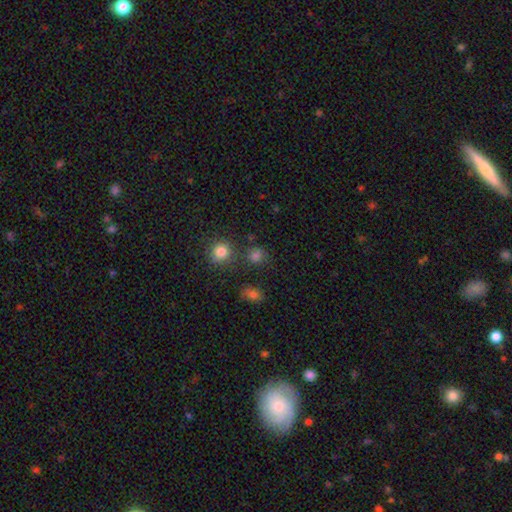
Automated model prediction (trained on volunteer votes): This is likely a smooth galaxy (78%). How rounded: likely round (80%). Merging: likely none (72%).